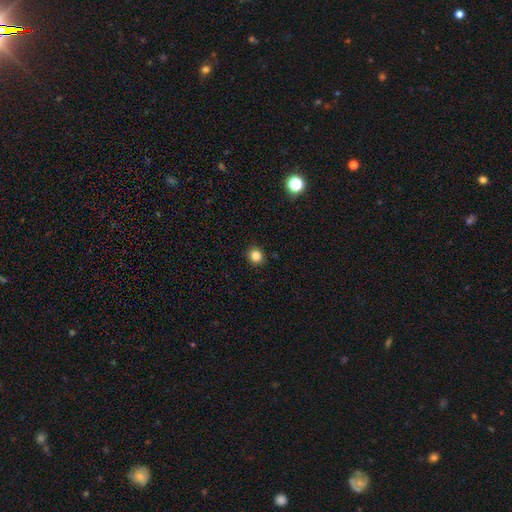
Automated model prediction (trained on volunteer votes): Smooth or featured? smooth (83%)
How rounded? round (83%)
Merging? none (91%)